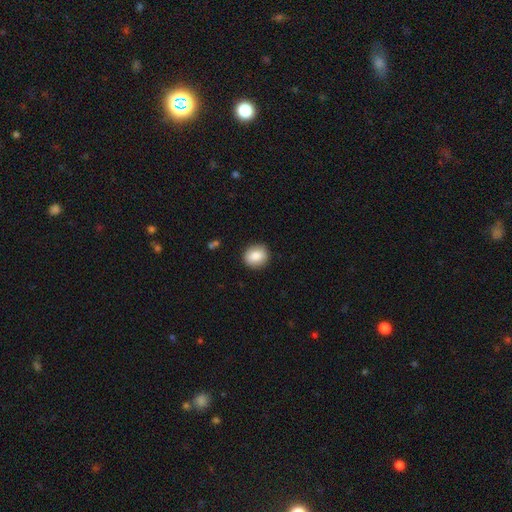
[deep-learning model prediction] smooth-or-featured: smooth: 85% | featured or disk: 8% | star or artifact: 8%
  how-rounded: round: 77% | in between: 22% | cigar-shaped: 1%
  merging: none: 89% | minor disturbance: 7% | major disturbance: 2% | merger: 1%